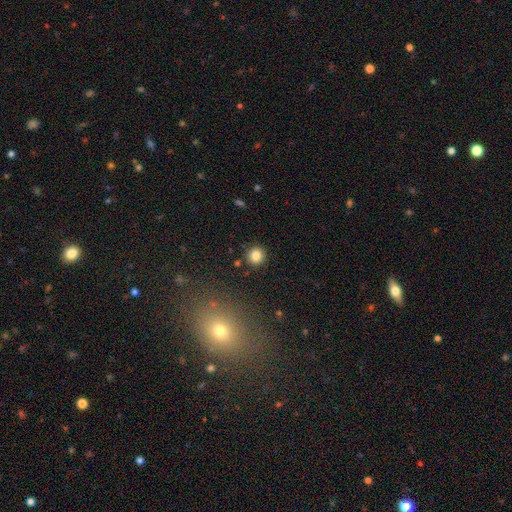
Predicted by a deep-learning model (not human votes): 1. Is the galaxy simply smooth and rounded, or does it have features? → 82% smooth, 12% star or artifact, 6% featured or disk.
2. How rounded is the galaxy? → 91% round, 8% in between, 1% cigar-shaped.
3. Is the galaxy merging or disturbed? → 89% none, 7% minor disturbance, 2% merger, 2% major disturbance.